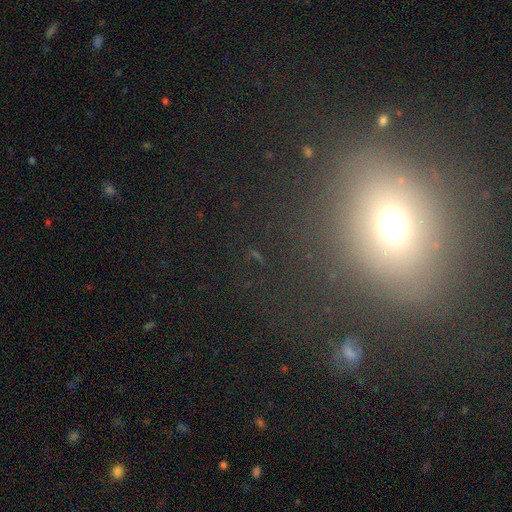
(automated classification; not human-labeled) Overall: smooth (44%; star or artifact 40%). Merging: none (76%).